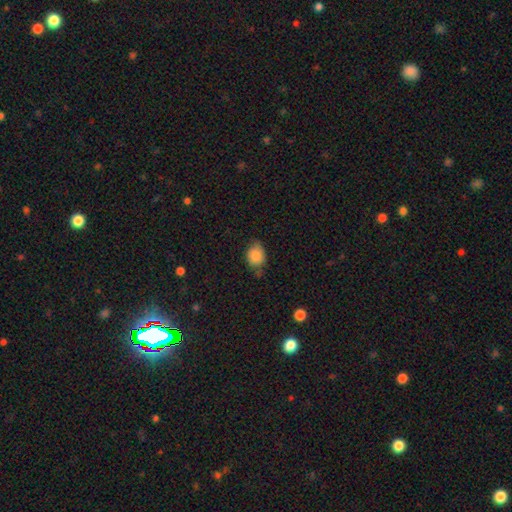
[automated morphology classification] smooth-or-featured: smooth: 84% | star or artifact: 8% | featured or disk: 8%
  how-rounded: in between: 56% | round: 43% | cigar-shaped: 1%
  merging: none: 60% | minor disturbance: 31% | major disturbance: 6% | merger: 3%